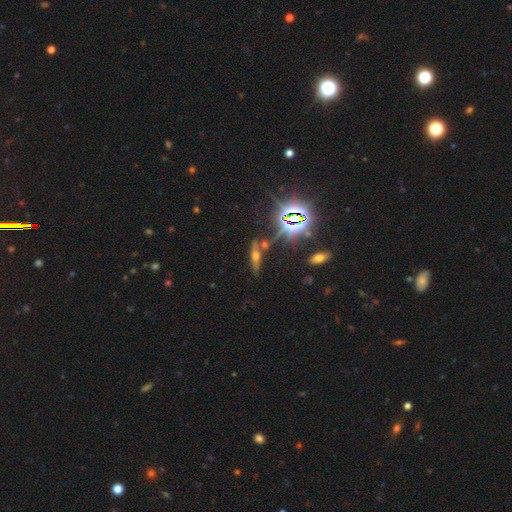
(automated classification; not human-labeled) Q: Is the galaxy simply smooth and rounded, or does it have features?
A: featured or disk — 43%.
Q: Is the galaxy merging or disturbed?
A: none — 69%.